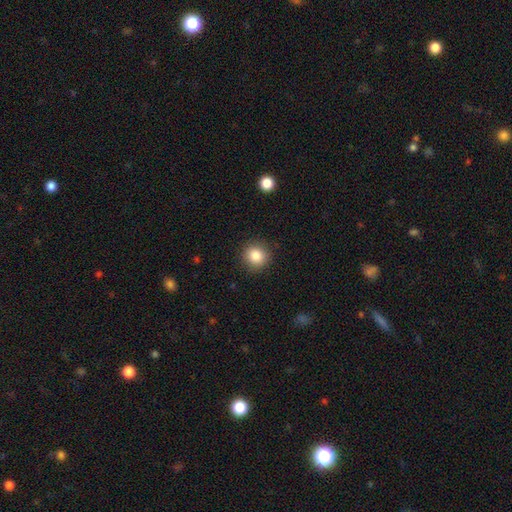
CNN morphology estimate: The model was most divided on "smooth or featured": smooth: 85%, star or artifact: 10%, featured or disk: 6%. More confident: how rounded — round (91%); merging — none (90%).